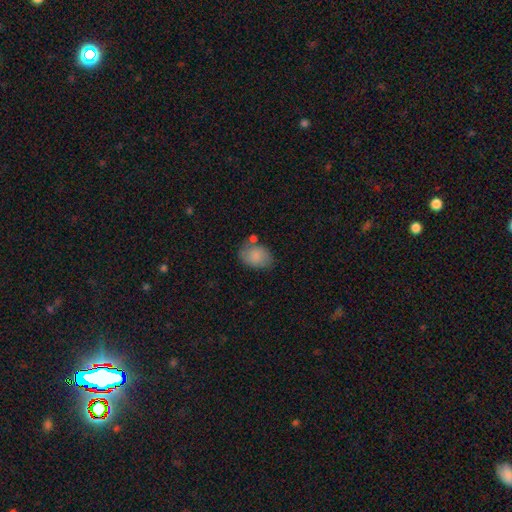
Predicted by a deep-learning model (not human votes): Overall: smooth (83%). How rounded: in between (72%). Merging: none (59%; minor disturbance 22%).